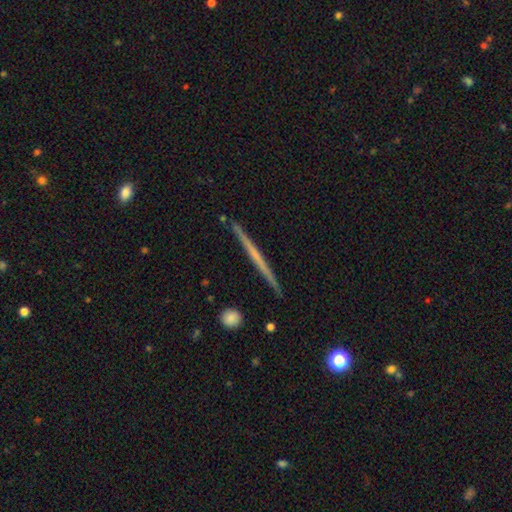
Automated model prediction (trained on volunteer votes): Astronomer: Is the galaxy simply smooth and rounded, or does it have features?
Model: featured or disk — 64%.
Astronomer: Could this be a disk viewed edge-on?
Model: yes — 98%.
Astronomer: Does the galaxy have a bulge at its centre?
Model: none — 83%.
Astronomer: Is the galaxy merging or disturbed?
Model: none — 92%.